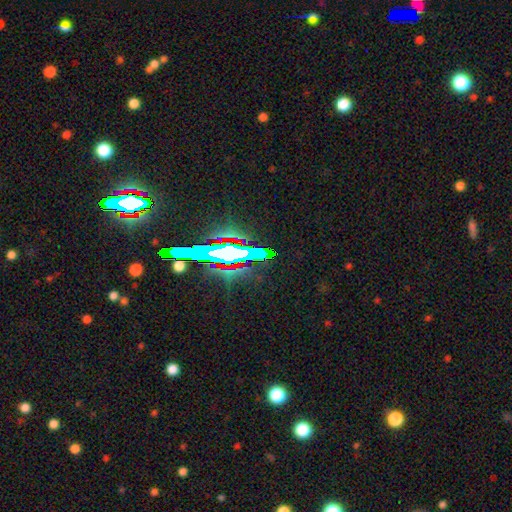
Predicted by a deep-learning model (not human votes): Smooth or featured? star or artifact (71%)